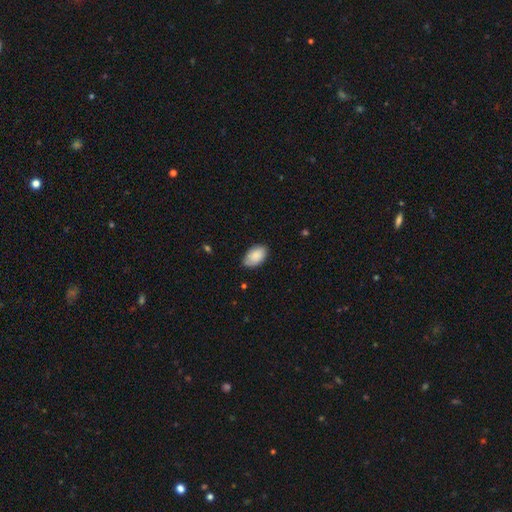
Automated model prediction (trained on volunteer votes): smooth_or_featured: smooth (p=0.87) [alt: featured or disk p=0.07]
how_rounded: in between (p=0.93) [alt: round p=0.05]
merging: none (p=0.74) [alt: minor disturbance p=0.21]